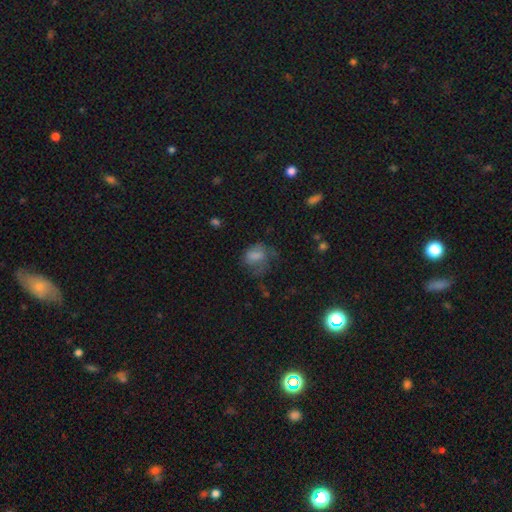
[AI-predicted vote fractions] Overall: smooth (68%). How rounded: in between (63%; round 35%). Merging: major disturbance (39%; none 31%).